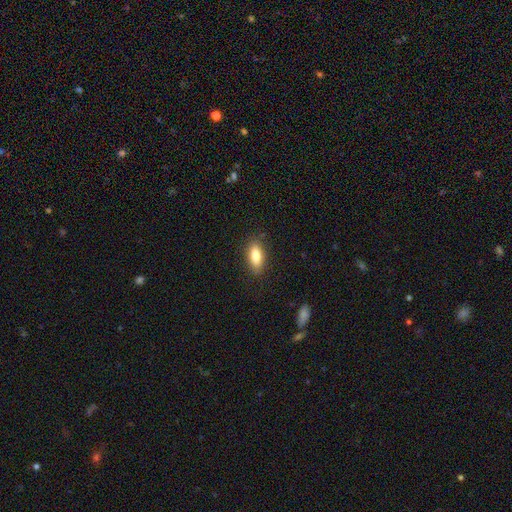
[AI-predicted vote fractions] smooth 84%, featured or disk 9%, star or artifact 7%. Down the decision tree: how rounded — in between (82%); merging — none (85%).